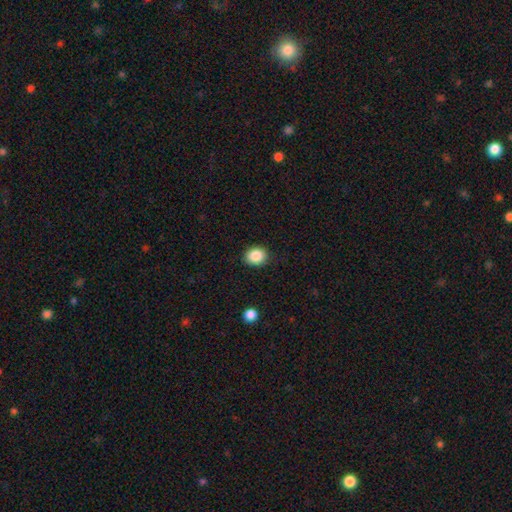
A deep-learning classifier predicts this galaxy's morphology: smooth-or-featured: smooth: 87% | star or artifact: 9% | featured or disk: 4%
  how-rounded: round: 62% | in between: 37% | cigar-shaped: 1%
  merging: none: 88% | minor disturbance: 9% | major disturbance: 2% | merger: 1%